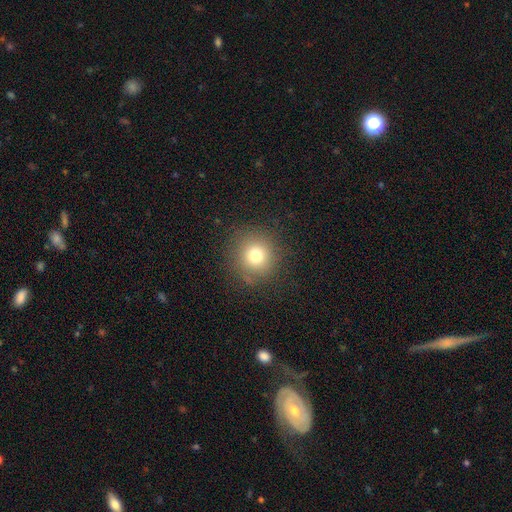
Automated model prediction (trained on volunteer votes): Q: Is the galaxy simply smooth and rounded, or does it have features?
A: smooth — 76%.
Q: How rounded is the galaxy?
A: round — 93%.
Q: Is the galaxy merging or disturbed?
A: none — 86%.